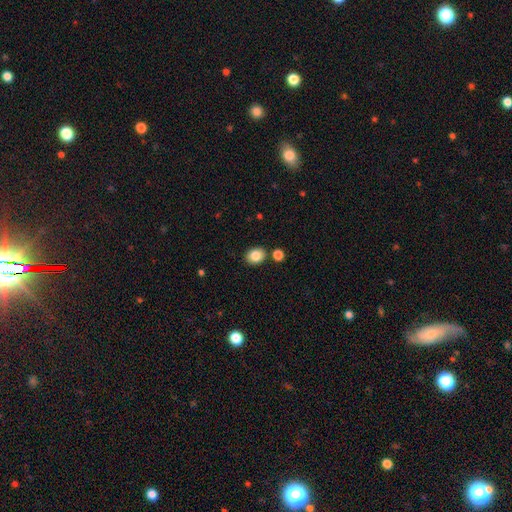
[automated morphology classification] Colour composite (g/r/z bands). It shows a smooth galaxy with no disk features (85%) that is round (50%). Merging: none (82%).